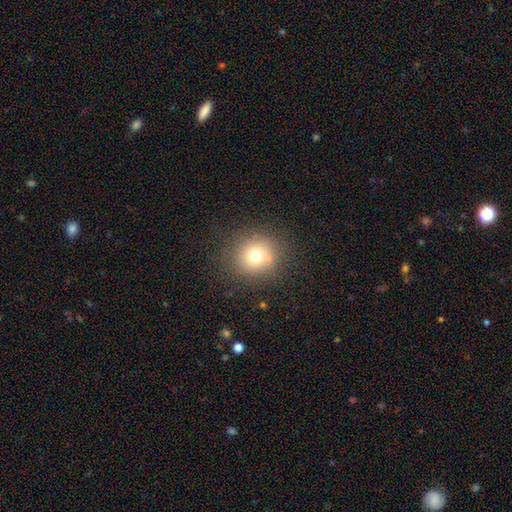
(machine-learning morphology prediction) smooth-or-featured: smooth: 71% | star or artifact: 17% | featured or disk: 13%
  how-rounded: round: 91% | in between: 9% | cigar-shaped: 1%
  merging: none: 83% | minor disturbance: 9% | major disturbance: 5% | merger: 3%